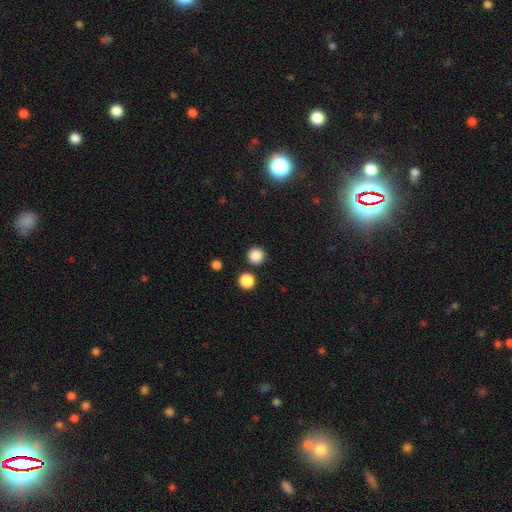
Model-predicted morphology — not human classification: Smooth or featured? smooth (86%)
How rounded? round (95%)
Merging? none (88%)